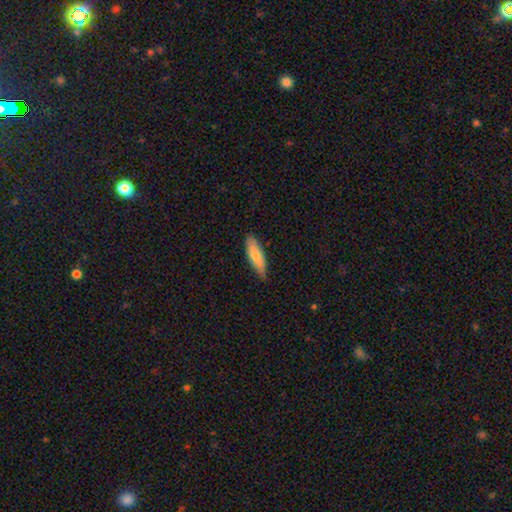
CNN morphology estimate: Smooth or featured?
  - smooth: 75% *
  - featured or disk: 19%
  - star or artifact: 6%
How rounded?
  - in between: 50% *
  - cigar-shaped: 49%
  - round: 2%
Merging?
  - none: 77% *
  - minor disturbance: 19%
  - major disturbance: 2%
  - merger: 1%